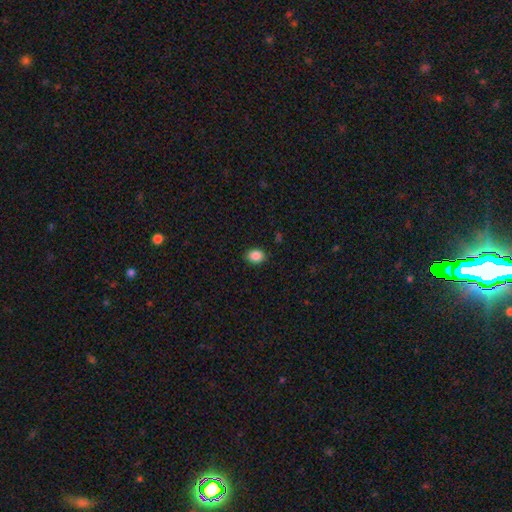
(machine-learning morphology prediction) This appears to be a smooth galaxy with no disk features (87%) that is in between round and cigar-shaped (60%). Merging: none (89%).